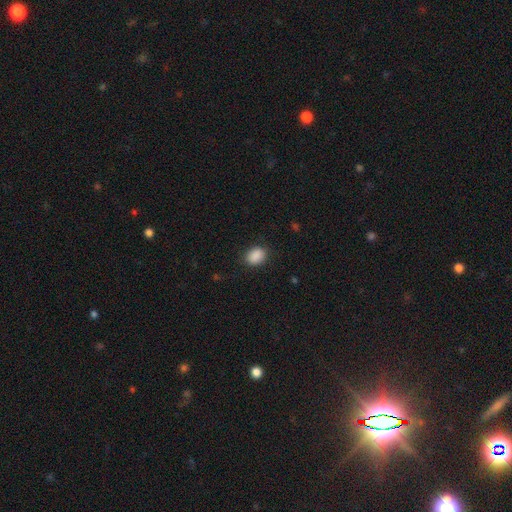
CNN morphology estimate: Smooth or featured: smooth — 89% (star or artifact — 8%)
How rounded: in between — 66% (round — 33%)
Merging: none — 85% (minor disturbance — 11%)